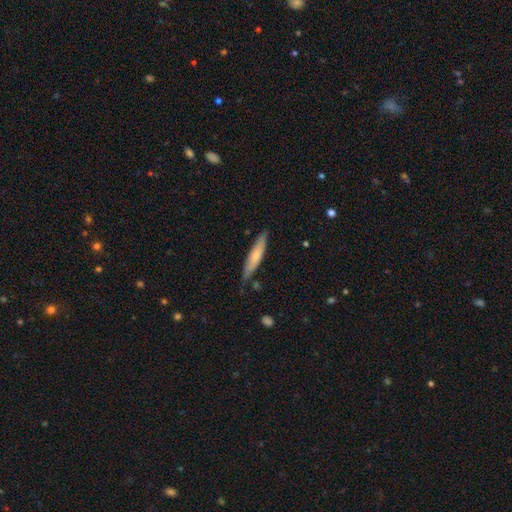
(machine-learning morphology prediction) Smooth or featured?
  - smooth: 63% *
  - featured or disk: 32%
  - star or artifact: 5%
How rounded?
  - cigar-shaped: 87% *
  - in between: 12%
  - round: 1%
Merging?
  - none: 79% *
  - minor disturbance: 17%
  - major disturbance: 3%
  - merger: 2%